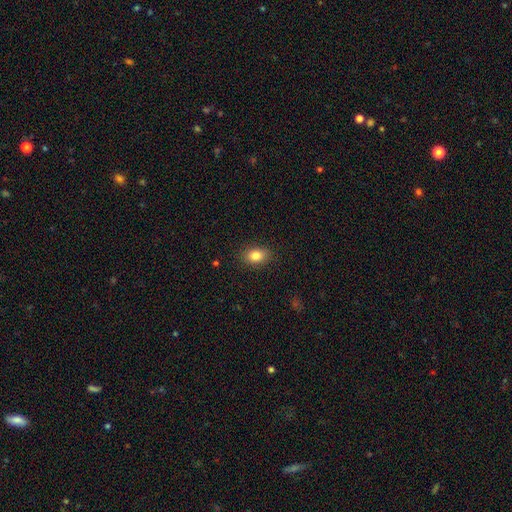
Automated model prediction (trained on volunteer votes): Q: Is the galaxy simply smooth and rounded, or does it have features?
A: smooth — 83%.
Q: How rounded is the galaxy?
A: in between — 78%.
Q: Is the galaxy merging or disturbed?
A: none — 87%.